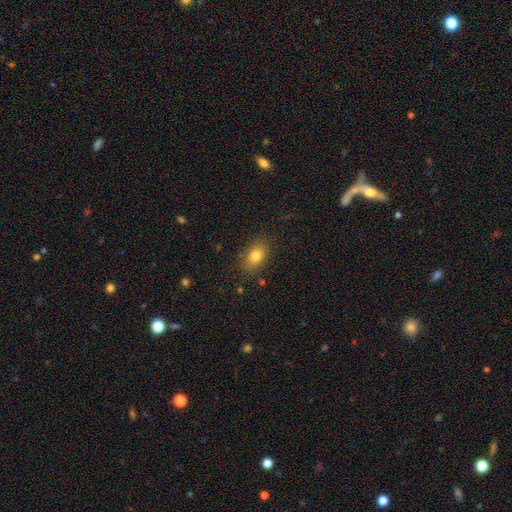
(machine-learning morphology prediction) This is clearly a smooth galaxy (81%). How rounded: clearly in between (85%). Merging: clearly none (82%).